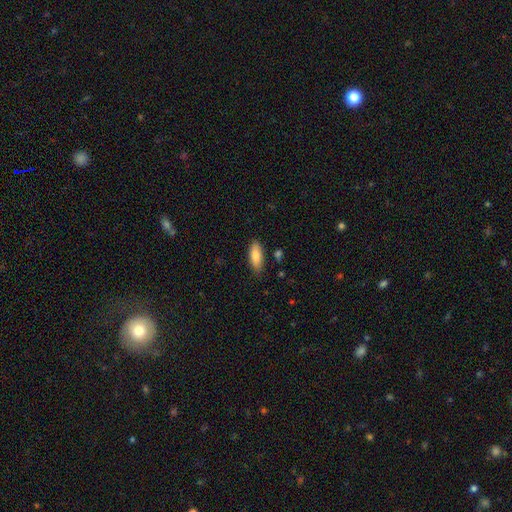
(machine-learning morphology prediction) smooth-or-featured: smooth: 84% | featured or disk: 9% | star or artifact: 6%
  how-rounded: in between: 78% | cigar-shaped: 21% | round: 2%
  merging: none: 81% | minor disturbance: 14% | major disturbance: 3% | merger: 2%